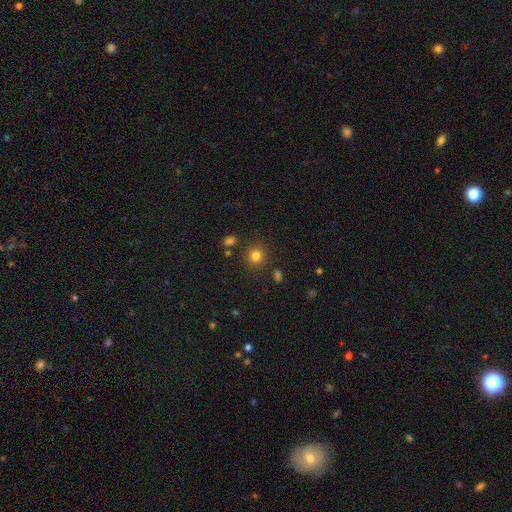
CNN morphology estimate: Smooth or featured: smooth — 81% (star or artifact — 14%)
How rounded: round — 88% (in between — 12%)
Merging: none — 85% (minor disturbance — 8%)